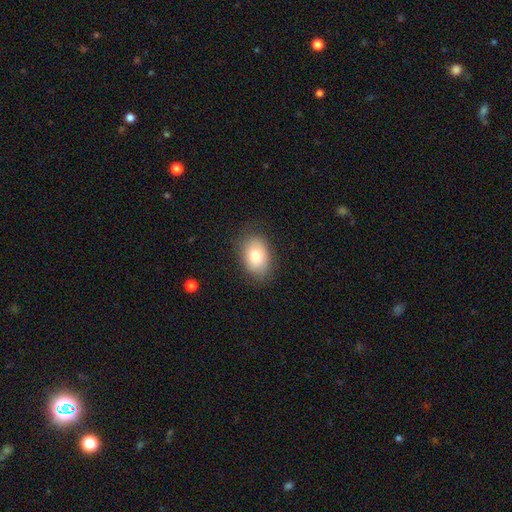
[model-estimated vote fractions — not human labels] smooth 79%, featured or disk 13%, star or artifact 8%. Down the decision tree: how rounded — in between (81%); merging — none (82%).